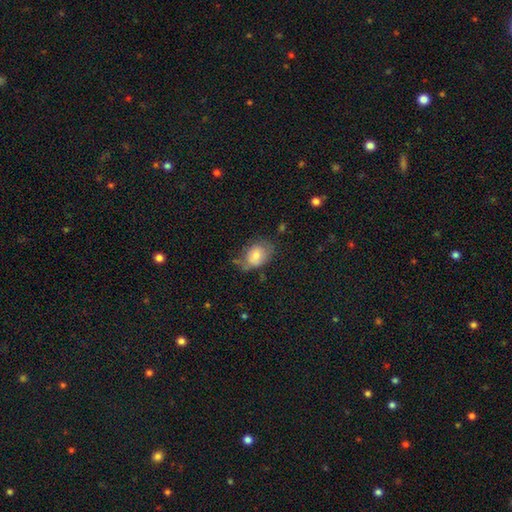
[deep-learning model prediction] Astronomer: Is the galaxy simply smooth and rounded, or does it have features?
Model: smooth — 71%.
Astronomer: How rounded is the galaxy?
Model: in between — 77%.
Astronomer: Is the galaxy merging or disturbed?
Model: none — 50% (runner-up: minor disturbance, 33%).